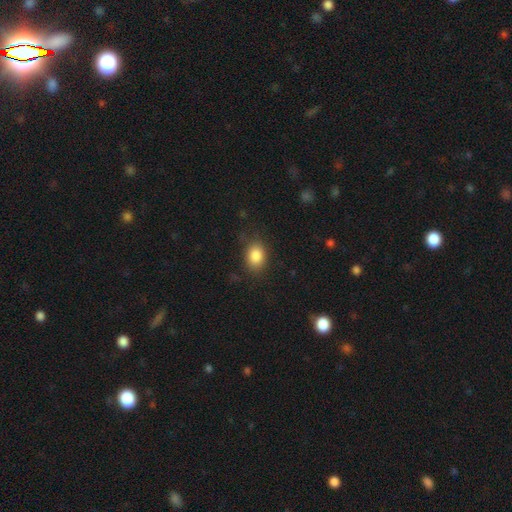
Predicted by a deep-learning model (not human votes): Smooth or featured? Predicted: smooth (p=0.86). How rounded? Predicted: in between (p=0.70). Merging? Predicted: none (p=0.79).